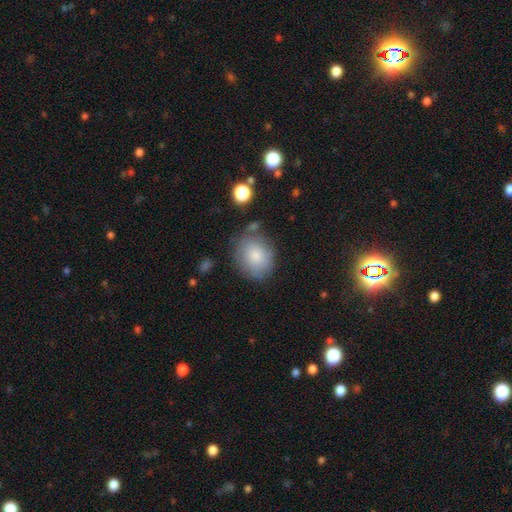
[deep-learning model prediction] Smooth or featured?
  - smooth: 80% *
  - featured or disk: 13%
  - star or artifact: 8%
How rounded?
  - round: 60% *
  - in between: 39%
  - cigar-shaped: 1%
Merging?
  - none: 69% *
  - minor disturbance: 19%
  - major disturbance: 6%
  - merger: 5%